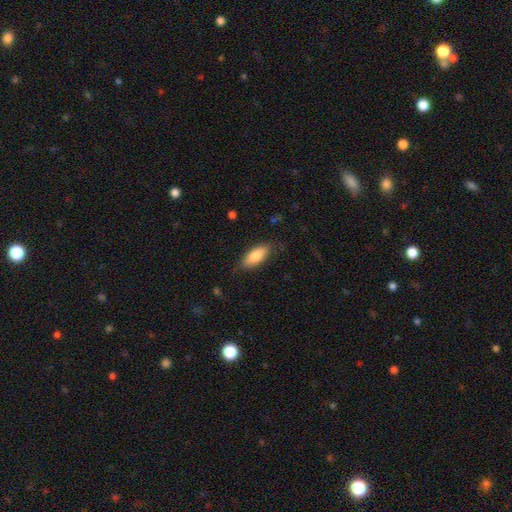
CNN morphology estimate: Q: Smooth or featured?
A: smooth (81%); runner-up: featured or disk (13%)
Q: How rounded?
A: in between (81%); runner-up: cigar-shaped (17%)
Q: Merging?
A: none (80%); runner-up: minor disturbance (16%)